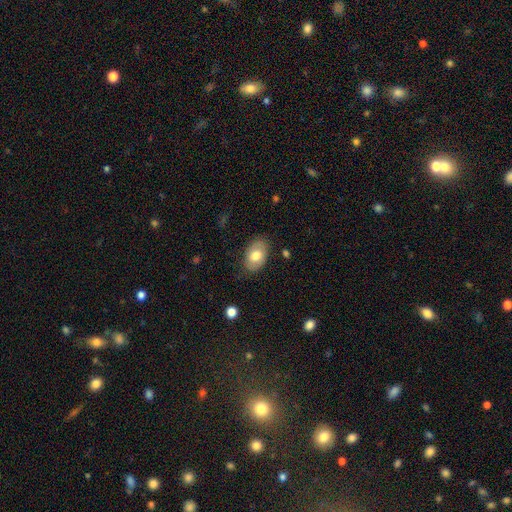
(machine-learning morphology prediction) Smooth or featured?
  - smooth: 73% *
  - featured or disk: 21%
  - star or artifact: 7%
How rounded?
  - in between: 88% *
  - round: 10%
  - cigar-shaped: 1%
Merging?
  - none: 80% *
  - minor disturbance: 15%
  - major disturbance: 4%
  - merger: 1%